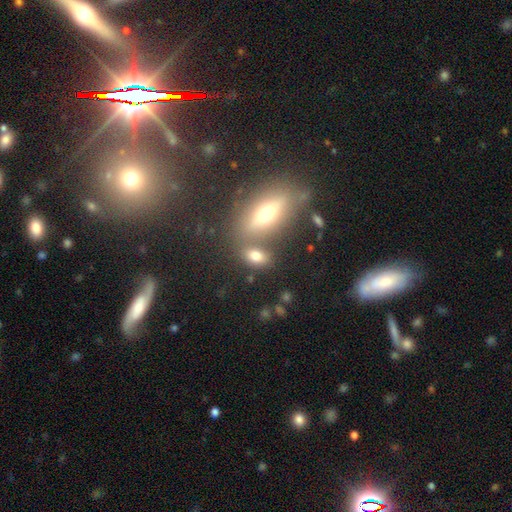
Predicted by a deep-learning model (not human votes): Overall: smooth (71%). How rounded: in between (80%). Merging: none (61%; merger 23%).